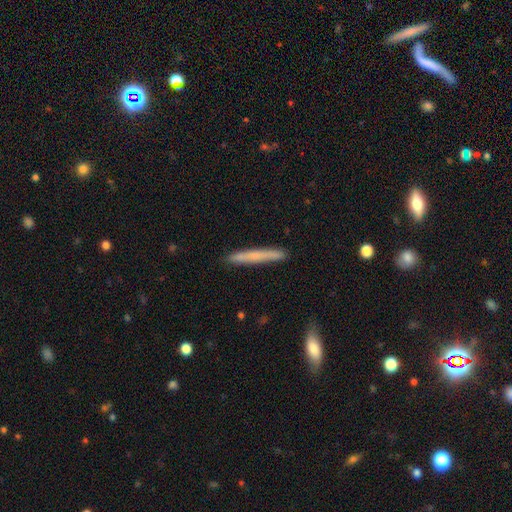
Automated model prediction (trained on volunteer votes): This appears to be a smooth galaxy with no disk features (66%) that is cigar-shaped (96%). Merging: none (89%).